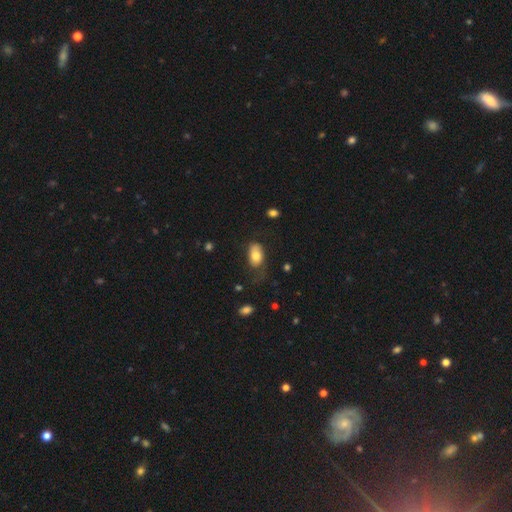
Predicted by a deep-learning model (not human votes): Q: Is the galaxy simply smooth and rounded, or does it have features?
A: smooth — 71%.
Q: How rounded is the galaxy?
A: in between — 89%.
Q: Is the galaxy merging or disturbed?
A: none — 46%.